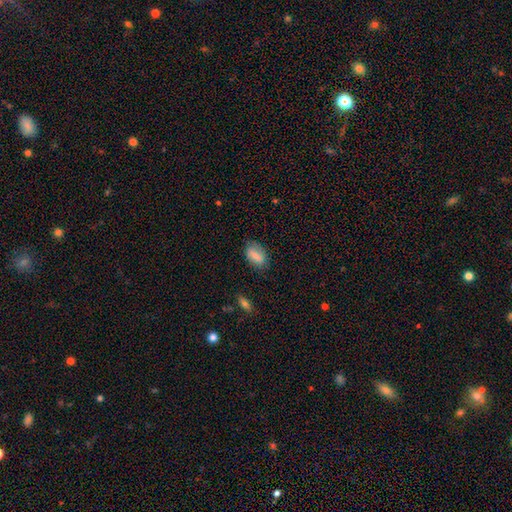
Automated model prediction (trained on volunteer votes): Smooth or featured?
  - smooth: 79% *
  - featured or disk: 14%
  - star or artifact: 8%
How rounded?
  - in between: 88% *
  - cigar-shaped: 7%
  - round: 5%
Merging?
  - none: 75% *
  - minor disturbance: 19%
  - major disturbance: 5%
  - merger: 2%